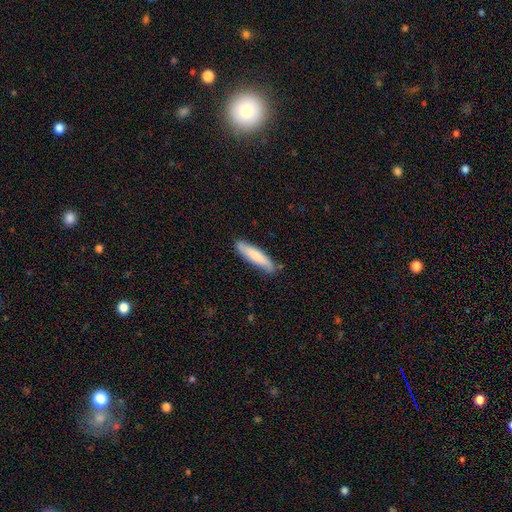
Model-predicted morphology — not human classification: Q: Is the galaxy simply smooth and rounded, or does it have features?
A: smooth — 76%.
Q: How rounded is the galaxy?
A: cigar-shaped — 83%.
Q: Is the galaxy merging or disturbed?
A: none — 83%.